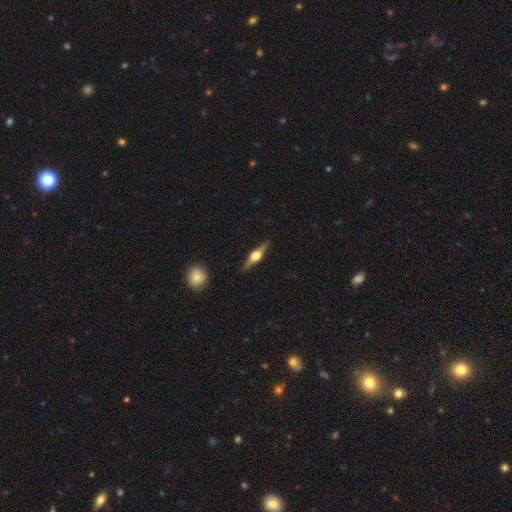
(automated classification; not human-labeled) Q: Smooth or featured?
A: featured or disk (75%); runner-up: smooth (19%)
Q: Edge-on disk?
A: yes (97%); runner-up: no (3%)
Q: Edge-on bulge?
A: rounded (91%); runner-up: boxy (7%)
Q: Merging?
A: none (89%); runner-up: minor disturbance (8%)